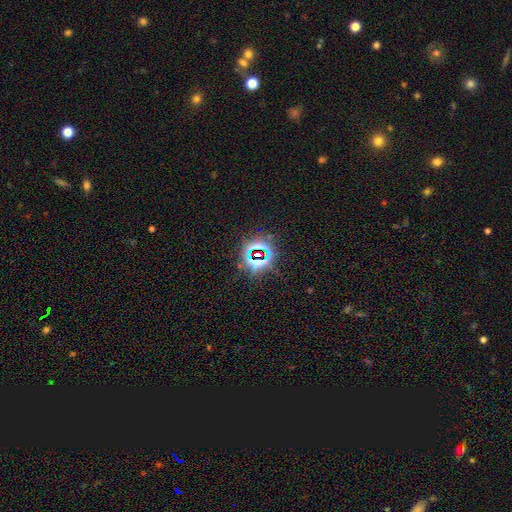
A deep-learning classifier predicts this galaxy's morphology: Smooth or featured? Predicted: star or artifact (p=0.77).